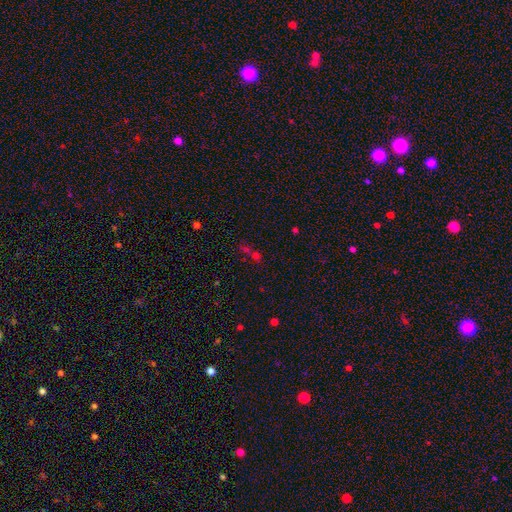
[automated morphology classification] Overall: star or artifact (48%; smooth 40%).